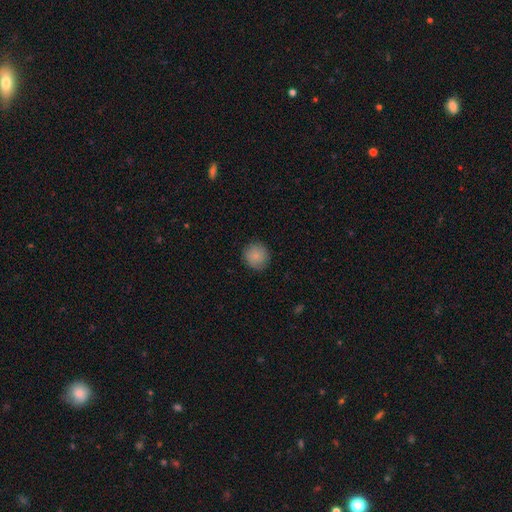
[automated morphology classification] Q: Smooth or featured?
A: smooth (86%); runner-up: star or artifact (8%)
Q: How rounded?
A: round (93%); runner-up: in between (6%)
Q: Merging?
A: none (88%); runner-up: minor disturbance (9%)